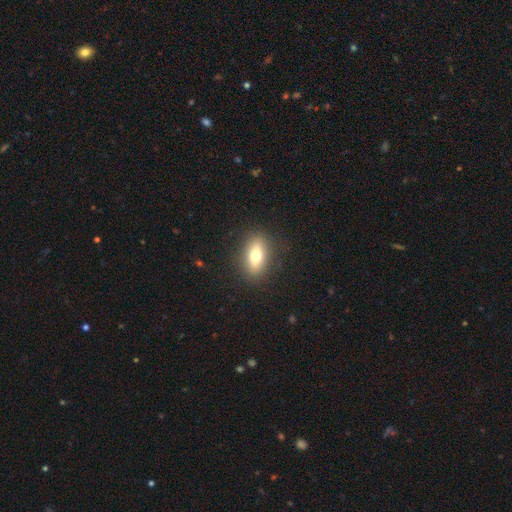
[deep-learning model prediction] Overall: smooth (70%). How rounded: in between (77%). Merging: none (87%).